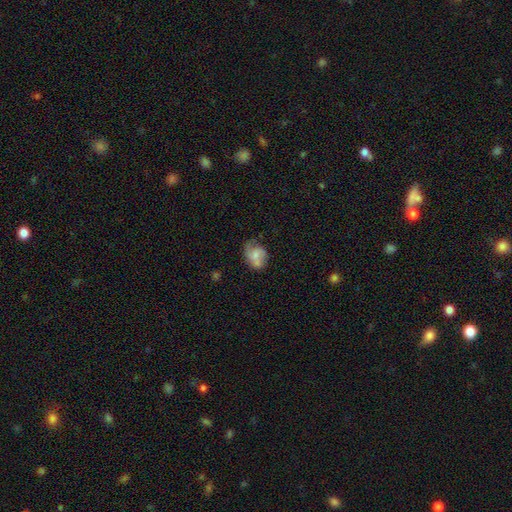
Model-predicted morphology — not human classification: A smooth galaxy with no disk features (54%) that is in between round and cigar-shaped (63%).

Vote fractions:
- Smooth or featured? smooth: 54% / featured or disk: 38% / star or artifact: 8%
- How rounded? in between: 63% / round: 36% / cigar-shaped: 1%
- Merging? none: 45% / minor disturbance: 31% / major disturbance: 17% / merger: 7%